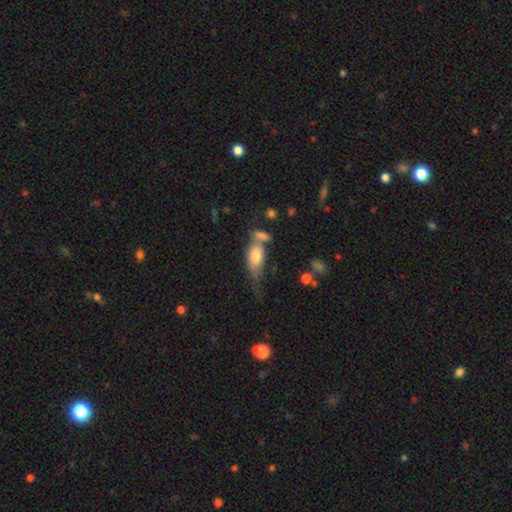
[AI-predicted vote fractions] smooth_or_featured: smooth (p=0.68) [alt: featured or disk p=0.25]
how_rounded: in between (p=0.81) [alt: cigar-shaped p=0.13]
merging: merger (p=0.32) [alt: none p=0.25]